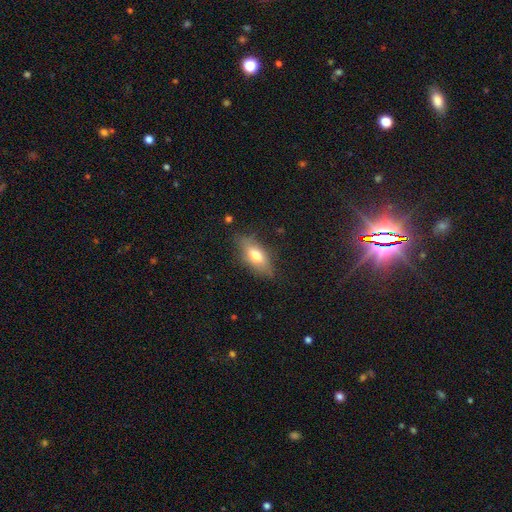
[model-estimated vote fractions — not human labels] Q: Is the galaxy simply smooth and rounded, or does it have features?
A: smooth — 66%.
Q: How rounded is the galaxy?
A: in between — 78%.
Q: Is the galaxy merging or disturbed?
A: none — 74%.